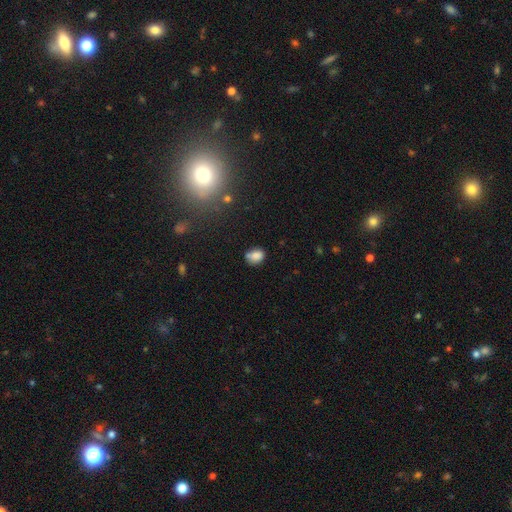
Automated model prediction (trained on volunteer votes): A smooth galaxy with no disk features (81%) that is in between round and cigar-shaped (58%).

Vote fractions:
- Smooth or featured? smooth: 81% / star or artifact: 11% / featured or disk: 8%
- How rounded? in between: 58% / round: 41% / cigar-shaped: 1%
- Merging? none: 58% / minor disturbance: 23% / merger: 13% / major disturbance: 6%